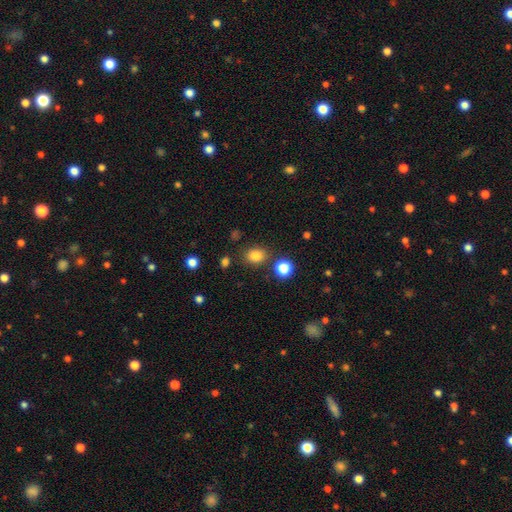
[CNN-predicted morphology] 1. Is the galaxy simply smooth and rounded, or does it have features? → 82% smooth, 12% star or artifact, 5% featured or disk.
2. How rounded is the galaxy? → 58% round, 41% in between, 1% cigar-shaped.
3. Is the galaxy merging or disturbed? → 80% none, 10% minor disturbance, 6% merger, 4% major disturbance.